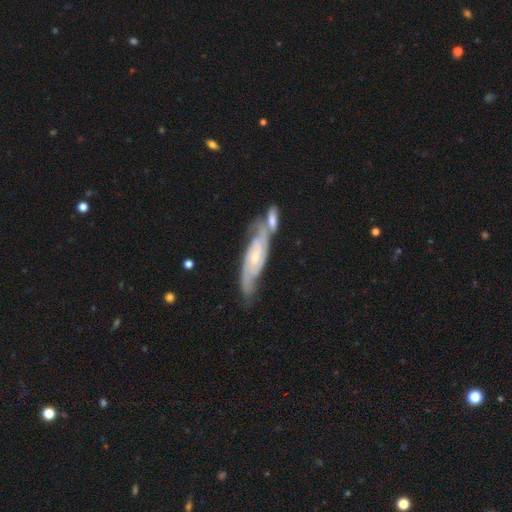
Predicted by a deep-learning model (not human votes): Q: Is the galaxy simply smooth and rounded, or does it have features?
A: featured or disk — 80%.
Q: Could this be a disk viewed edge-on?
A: no — 79%.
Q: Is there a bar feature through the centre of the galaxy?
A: no — 60%.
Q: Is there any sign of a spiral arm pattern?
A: yes — 94%.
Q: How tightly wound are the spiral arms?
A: tight — 52%.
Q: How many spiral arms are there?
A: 2 — 62%.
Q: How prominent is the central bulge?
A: small — 66%.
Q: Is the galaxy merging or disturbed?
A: none — 49%.